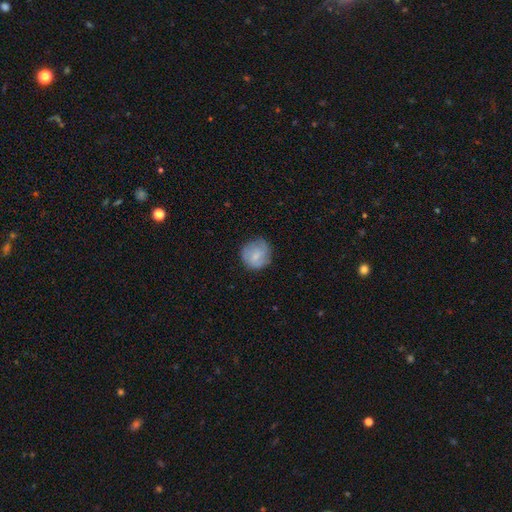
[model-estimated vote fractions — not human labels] smooth 64%, featured or disk 29%, star or artifact 7%. Down the decision tree: how rounded — round (89%); merging — none (73%).